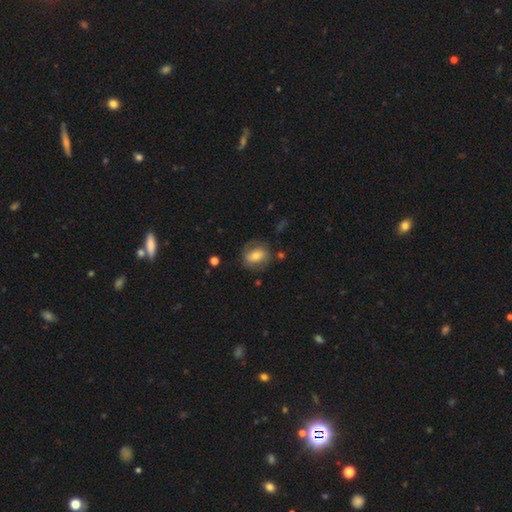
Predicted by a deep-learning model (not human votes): smooth_or_featured: smooth (p=0.66) [alt: featured or disk p=0.26]
how_rounded: in between (p=0.53) [alt: round p=0.45]
merging: none (p=0.71) [alt: minor disturbance p=0.18]